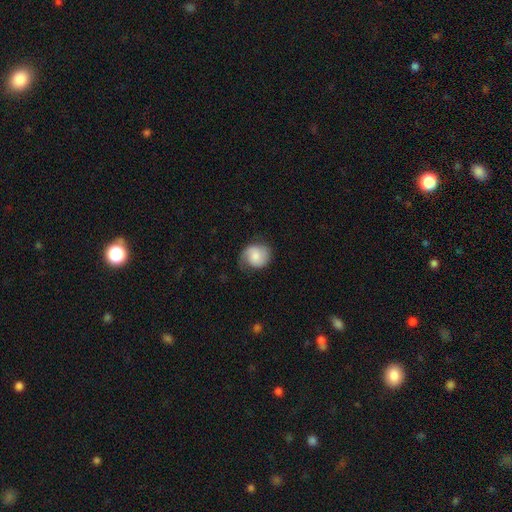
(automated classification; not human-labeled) smooth-or-featured: smooth: 54% | featured or disk: 38% | star or artifact: 8%
  how-rounded: round: 70% | in between: 29% | cigar-shaped: 1%
  merging: none: 64% | minor disturbance: 25% | major disturbance: 10% | merger: 1%